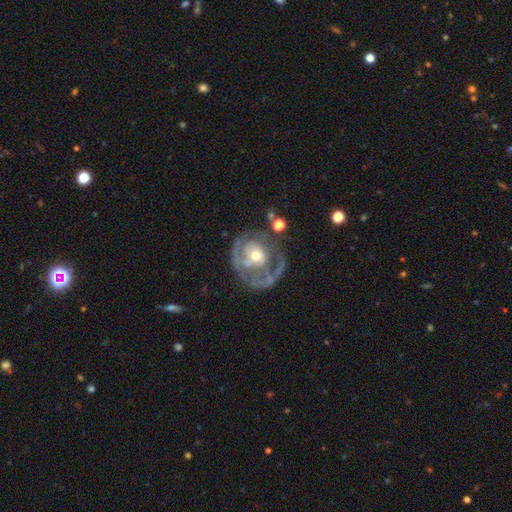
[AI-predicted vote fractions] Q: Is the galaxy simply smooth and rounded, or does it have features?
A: featured or disk — 76%.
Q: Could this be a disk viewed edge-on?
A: no — 97%.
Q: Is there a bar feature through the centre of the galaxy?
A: no — 75%.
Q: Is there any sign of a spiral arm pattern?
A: yes — 65%.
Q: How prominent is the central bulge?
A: moderate — 62%.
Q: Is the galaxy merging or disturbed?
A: none — 45%.